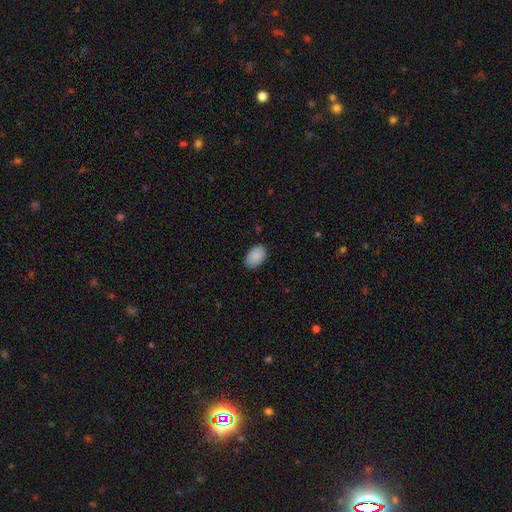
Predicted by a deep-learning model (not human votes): A smooth galaxy with no disk features (90%) that is in between round and cigar-shaped (90%).

Vote fractions:
- Smooth or featured? smooth: 90% / star or artifact: 6% / featured or disk: 4%
- How rounded? in between: 90% / round: 9% / cigar-shaped: 1%
- Merging? none: 86% / minor disturbance: 11% / major disturbance: 2% / merger: 1%